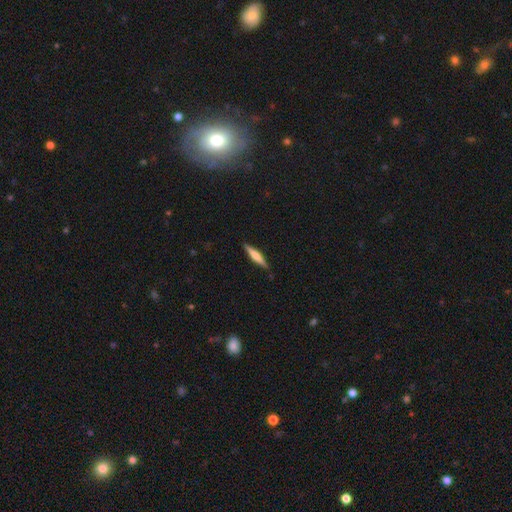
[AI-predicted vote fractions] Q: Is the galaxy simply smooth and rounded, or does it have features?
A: smooth — 53%.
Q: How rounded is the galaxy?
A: cigar-shaped — 88%.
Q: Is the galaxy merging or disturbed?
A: none — 88%.